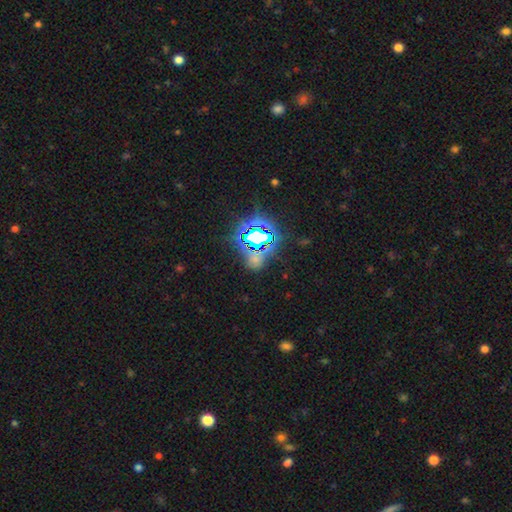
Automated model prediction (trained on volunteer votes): Smooth or featured? star or artifact (72%)